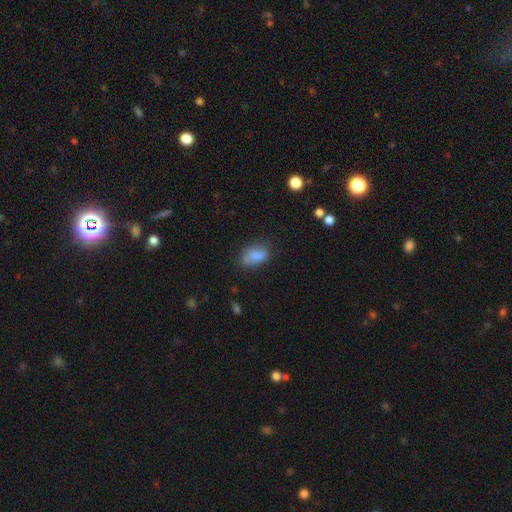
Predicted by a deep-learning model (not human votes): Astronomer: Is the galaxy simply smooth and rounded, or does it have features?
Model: smooth — 81%.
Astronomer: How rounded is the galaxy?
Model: in between — 89%.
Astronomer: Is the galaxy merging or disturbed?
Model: none — 63%.